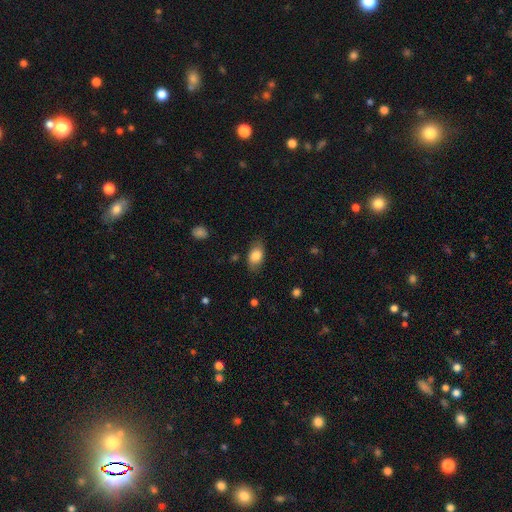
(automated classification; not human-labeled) Overall: smooth (81%). How rounded: in between (89%). Merging: none (80%).